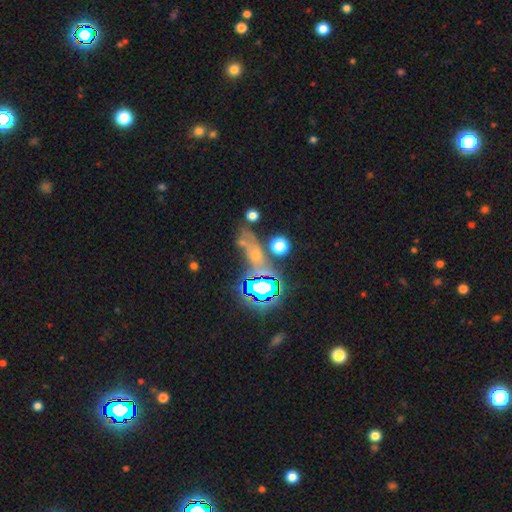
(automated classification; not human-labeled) Q: Smooth or featured?
A: star or artifact (51%); runner-up: smooth (26%)